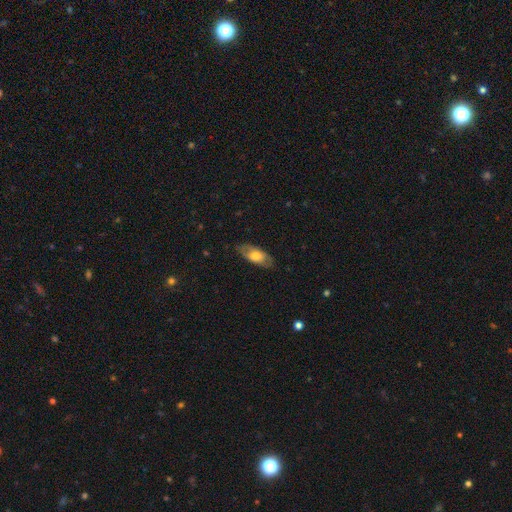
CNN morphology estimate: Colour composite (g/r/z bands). It shows a smooth galaxy with no disk features (52%) that is in between round and cigar-shaped (84%). Merging: none (79%).